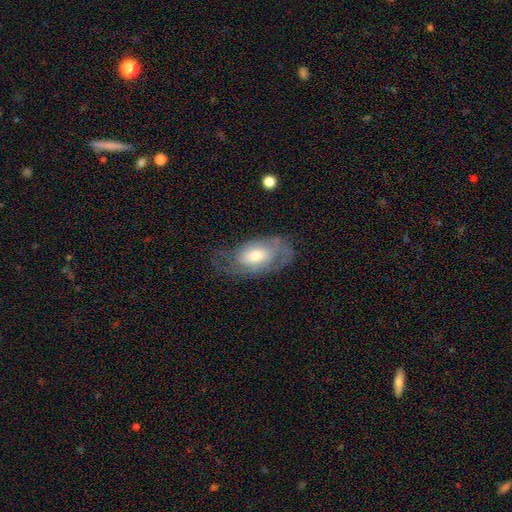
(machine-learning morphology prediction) featured or disk 64%, smooth 30%, star or artifact 6%. Down the decision tree: edge-on disk — no (92%); bar — no (66%); spiral arms — yes (78%); bulge size — moderate (64%); merging — none (58%).